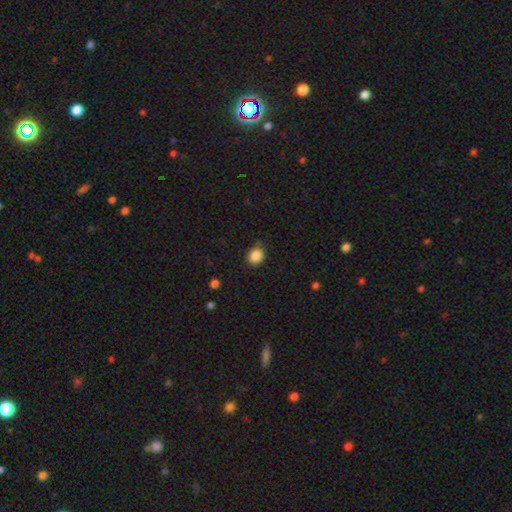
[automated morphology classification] Smooth or featured? smooth (87%)
How rounded? round (68%)
Merging? none (79%)